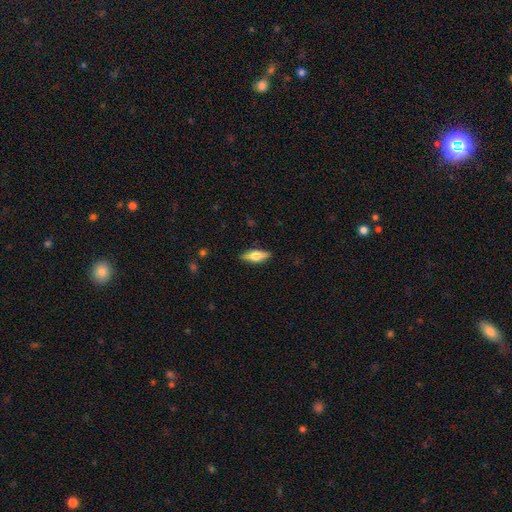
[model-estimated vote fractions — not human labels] A smooth galaxy with no disk features (60%) that is in between round and cigar-shaped (66%).

Vote fractions:
- Smooth or featured? smooth: 60% / featured or disk: 34% / star or artifact: 6%
- How rounded? in between: 66% / cigar-shaped: 31% / round: 3%
- Merging? none: 87% / minor disturbance: 9% / major disturbance: 2% / merger: 1%